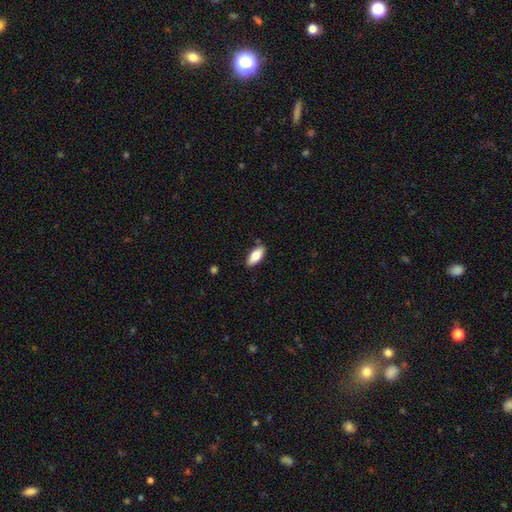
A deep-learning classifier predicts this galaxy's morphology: Smooth or featured: smooth — 77% (featured or disk — 17%)
How rounded: in between — 84% (cigar-shaped — 14%)
Merging: none — 85% (minor disturbance — 11%)